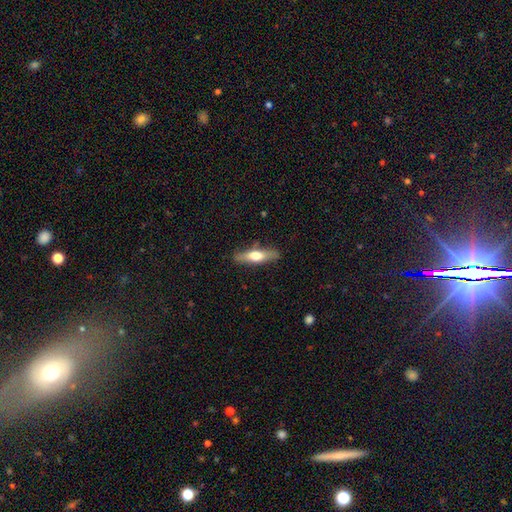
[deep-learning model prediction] Overall: smooth (53%; featured or disk 41%). How rounded: cigar-shaped (68%; in between 30%). Merging: none (83%).